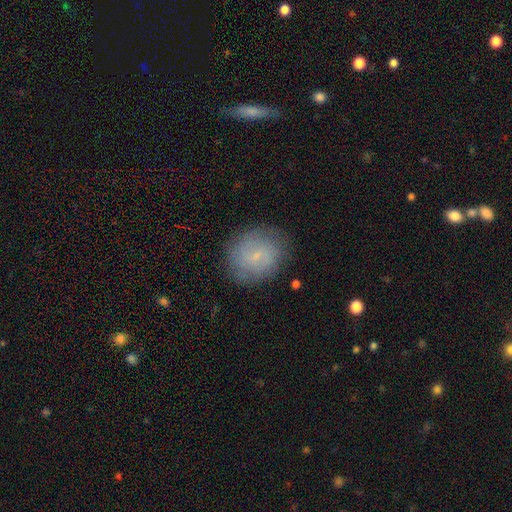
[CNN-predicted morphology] smooth-or-featured: smooth: 52% | featured or disk: 38% | star or artifact: 10%
  how-rounded: round: 68% | in between: 30% | cigar-shaped: 1%
  merging: none: 81% | minor disturbance: 14% | major disturbance: 5% | merger: 1%